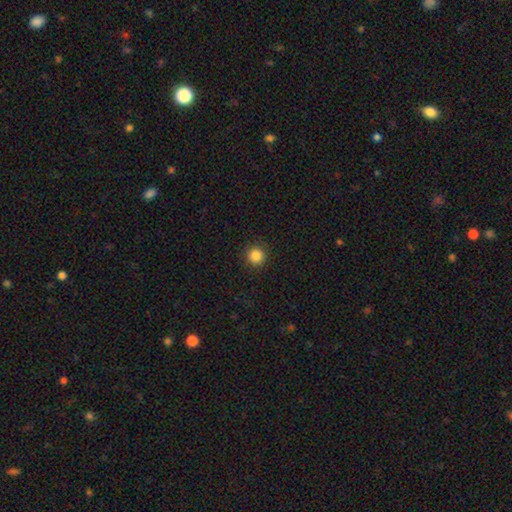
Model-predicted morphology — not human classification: This appears to be a smooth galaxy with no disk features (85%) that is round (96%). Merging: none (92%).